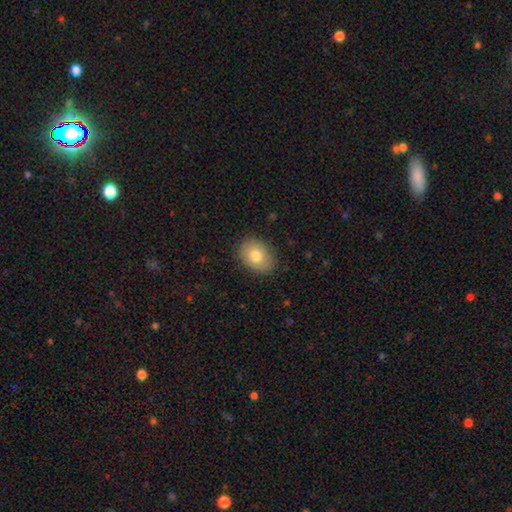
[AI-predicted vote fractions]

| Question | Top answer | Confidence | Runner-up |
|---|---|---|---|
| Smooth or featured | smooth | 77% | featured or disk (16%) |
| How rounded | in between | 73% | round (27%) |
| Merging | none | 85% | minor disturbance (11%) |